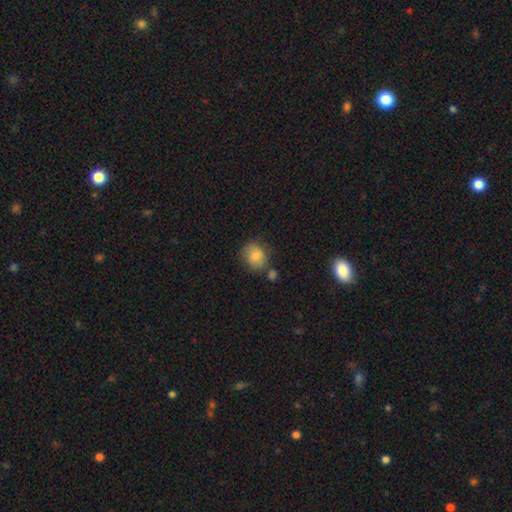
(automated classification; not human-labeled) Q: Smooth or featured?
A: smooth (81%); runner-up: featured or disk (11%)
Q: How rounded?
A: round (62%); runner-up: in between (37%)
Q: Merging?
A: none (63%); runner-up: minor disturbance (20%)